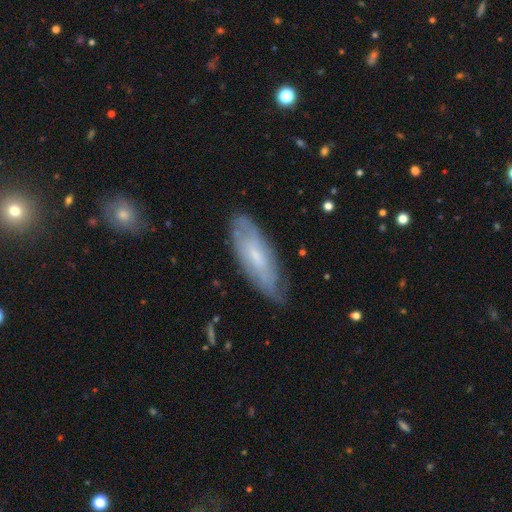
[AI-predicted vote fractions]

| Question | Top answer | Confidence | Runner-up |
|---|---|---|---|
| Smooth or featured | featured or disk | 51% | smooth (42%) |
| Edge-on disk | no | 73% | yes (27%) |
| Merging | none | 76% | minor disturbance (19%) |